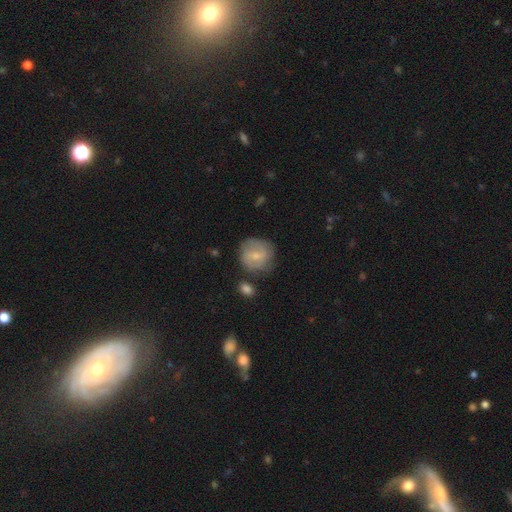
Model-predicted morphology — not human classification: This appears to be a featured or disk galaxy (47%). Merging: none (68%).